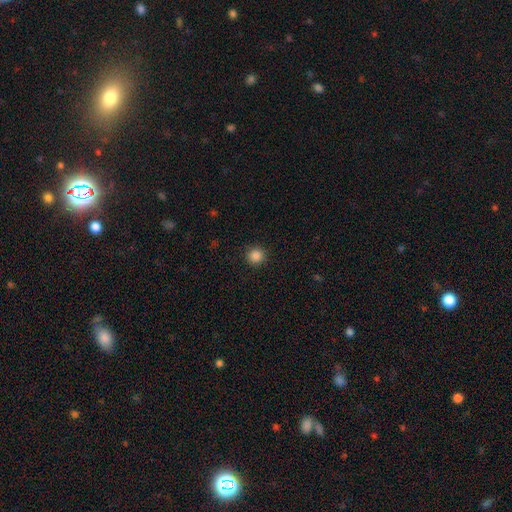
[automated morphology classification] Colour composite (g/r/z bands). It shows a smooth galaxy with no disk features (85%) that is round (94%). Merging: none (91%).